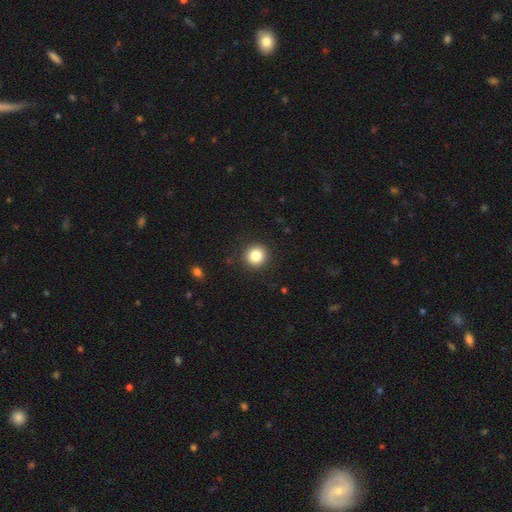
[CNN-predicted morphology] A smooth galaxy with no disk features (85%) that is round (92%).

Vote fractions:
- Smooth or featured? smooth: 85% / star or artifact: 10% / featured or disk: 5%
- How rounded? round: 92% / in between: 7% / cigar-shaped: 1%
- Merging? none: 91% / minor disturbance: 6% / major disturbance: 2% / merger: 1%